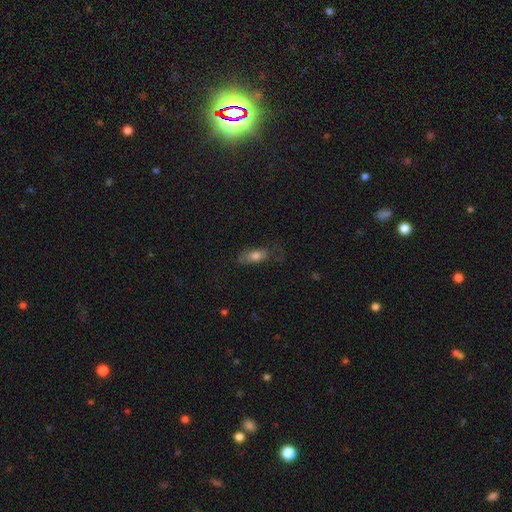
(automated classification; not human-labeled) A smooth galaxy with no disk features (72%) that is in between round and cigar-shaped (76%). Merging: none (53%).